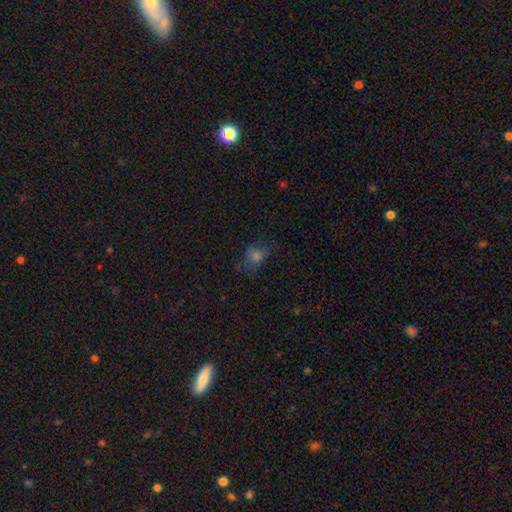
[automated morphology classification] Smooth or featured? Predicted: smooth (p=0.62). How rounded? Predicted: round (p=0.50). Merging? Predicted: none (p=0.57).